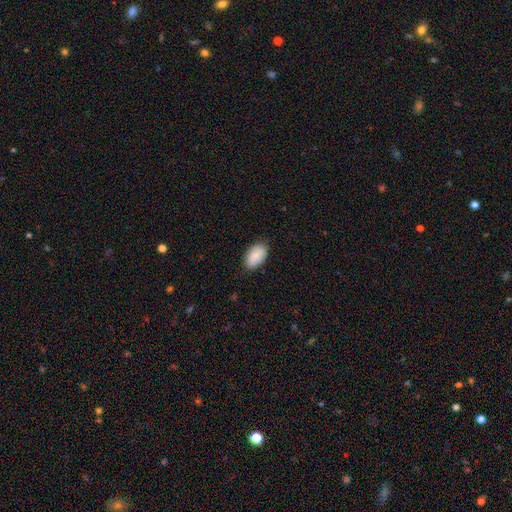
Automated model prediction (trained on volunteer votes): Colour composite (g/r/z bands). It shows a smooth galaxy with no disk features (83%) that is in between round and cigar-shaped (93%). Merging: none (79%).